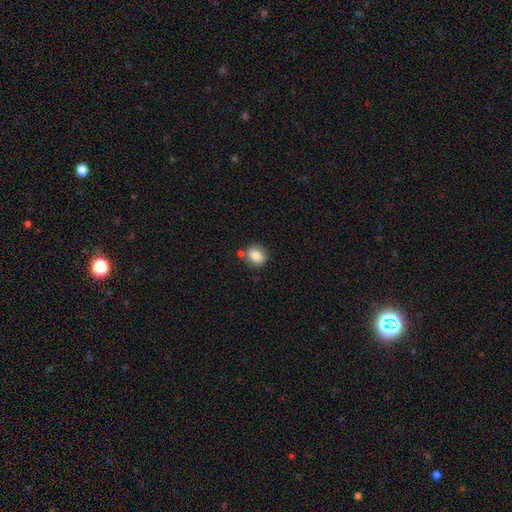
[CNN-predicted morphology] This is clearly a smooth galaxy (83%). How rounded: likely round (71%). Merging: likely none (71%).